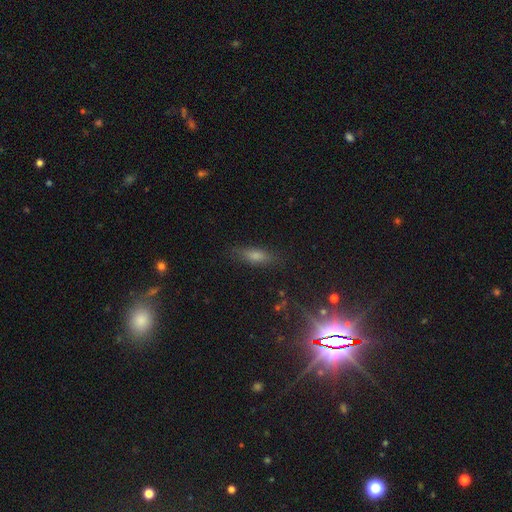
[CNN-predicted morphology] Smooth or featured: smooth — 73% (featured or disk — 15%)
How rounded: in between — 62% (cigar-shaped — 34%)
Merging: none — 81% (minor disturbance — 14%)